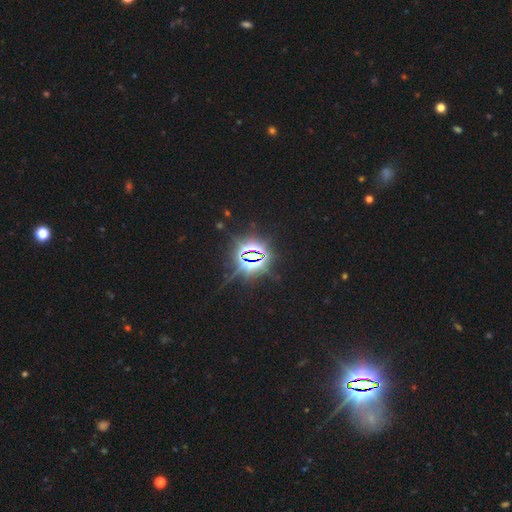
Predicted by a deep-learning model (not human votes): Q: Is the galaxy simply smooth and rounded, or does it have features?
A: star or artifact — 84%.